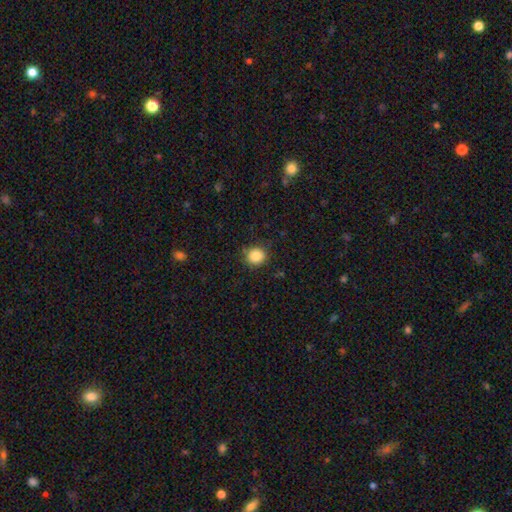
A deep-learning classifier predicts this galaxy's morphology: A smooth galaxy with no disk features (85%) that is round (88%).

Vote fractions:
- Smooth or featured? smooth: 85% / star or artifact: 10% / featured or disk: 4%
- How rounded? round: 88% / in between: 12% / cigar-shaped: 1%
- Merging? none: 86% / minor disturbance: 10% / major disturbance: 3% / merger: 1%